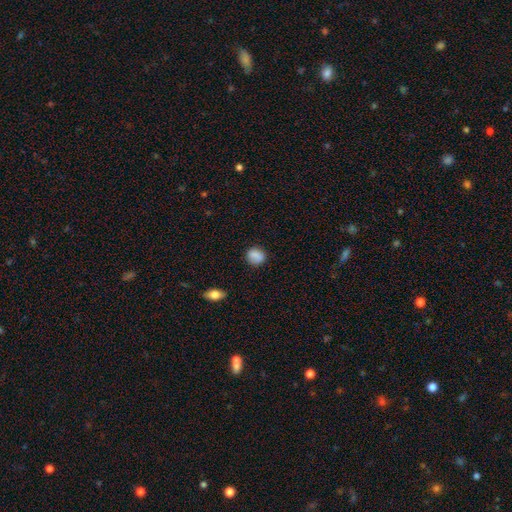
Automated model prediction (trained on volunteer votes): The model was most divided on "how rounded": round: 73%, in between: 25%, cigar-shaped: 1%. More confident: smooth or featured — smooth (85%); merging — none (83%).